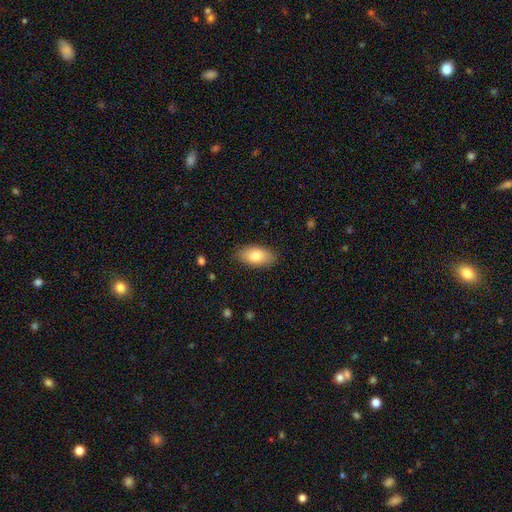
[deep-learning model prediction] This is clearly a smooth galaxy (81%). How rounded: clearly in between (92%). Merging: clearly none (86%).